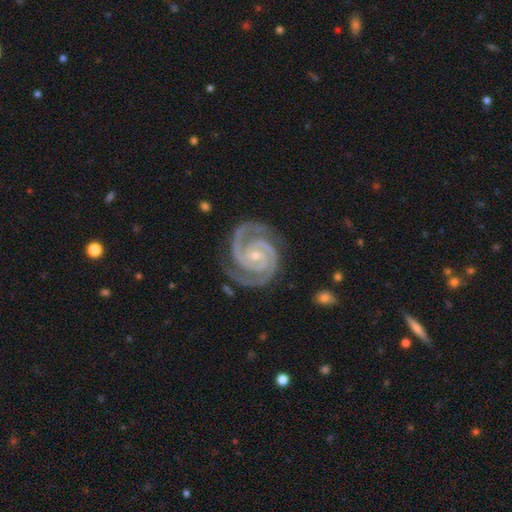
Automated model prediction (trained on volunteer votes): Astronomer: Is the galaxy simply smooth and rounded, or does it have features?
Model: featured or disk — 95%.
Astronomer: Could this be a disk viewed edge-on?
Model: no — 98%.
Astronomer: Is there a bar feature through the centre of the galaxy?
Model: no — 65%.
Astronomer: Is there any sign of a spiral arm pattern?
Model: yes — 99%.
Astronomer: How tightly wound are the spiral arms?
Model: tight — 78%.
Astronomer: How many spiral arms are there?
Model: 2 — 85%.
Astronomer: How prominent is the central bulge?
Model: small — 71%.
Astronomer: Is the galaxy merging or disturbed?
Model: none — 81%.